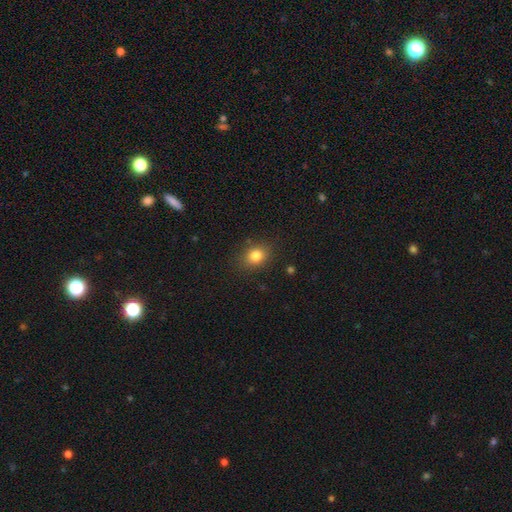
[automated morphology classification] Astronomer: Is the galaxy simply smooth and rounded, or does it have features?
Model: smooth — 82%.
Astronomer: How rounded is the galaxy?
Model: round — 52% (runner-up: in between, 47%).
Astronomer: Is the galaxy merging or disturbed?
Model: none — 85%.